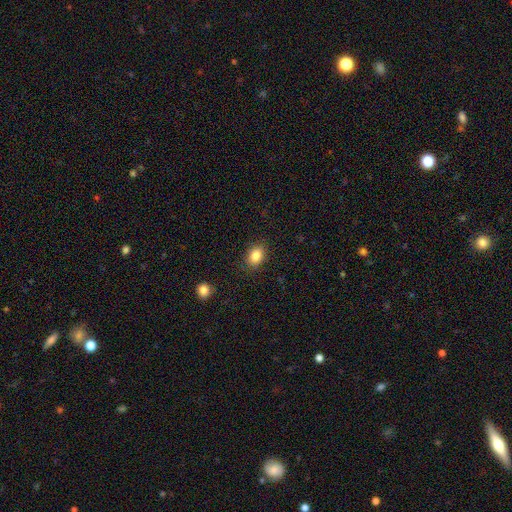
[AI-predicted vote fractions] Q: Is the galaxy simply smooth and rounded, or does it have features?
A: smooth — 85%.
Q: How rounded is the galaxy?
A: in between — 66%.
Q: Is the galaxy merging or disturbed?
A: none — 87%.